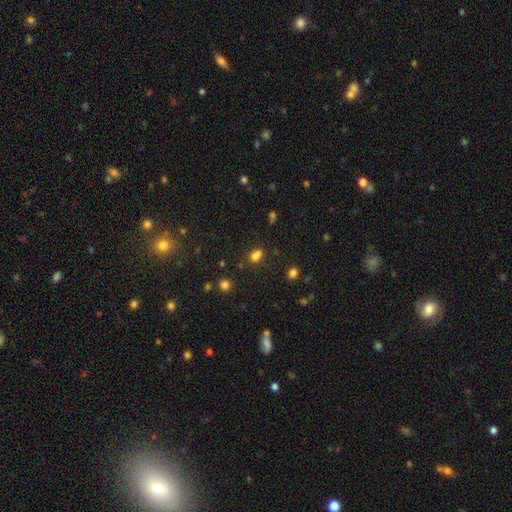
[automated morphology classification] Smooth or featured? smooth (72%)
How rounded? in between (64%)
Merging? none (55%)